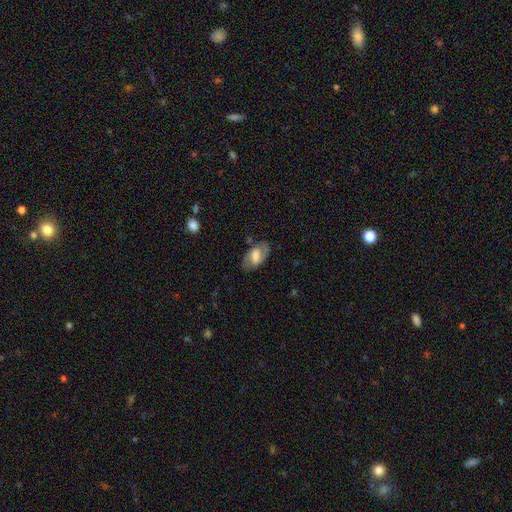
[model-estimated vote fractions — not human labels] Smooth or featured: featured or disk — 57% (smooth — 36%)
Edge-on disk: no — 93% (yes — 7%)
Bar: weak — 43% (strong — 38%)
Spiral arms: yes — 74% (no — 26%)
Bulge size: moderate — 33% (large — 28%)
Merging: none — 78% (minor disturbance — 15%)